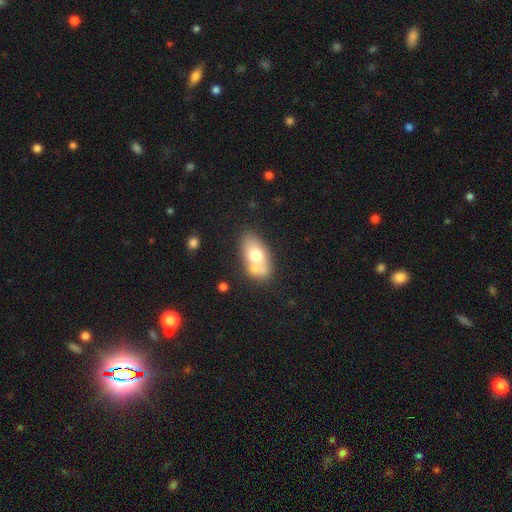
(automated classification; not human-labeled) Smooth or featured: smooth — 65% (featured or disk — 27%)
How rounded: in between — 89% (round — 7%)
Merging: none — 50% (merger — 29%)